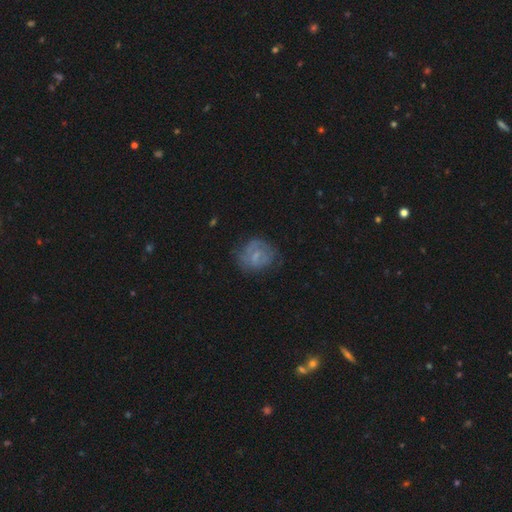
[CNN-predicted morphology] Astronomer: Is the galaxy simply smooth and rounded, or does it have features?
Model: featured or disk — 50% (runner-up: smooth, 40%).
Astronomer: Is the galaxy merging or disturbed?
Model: none — 62%.